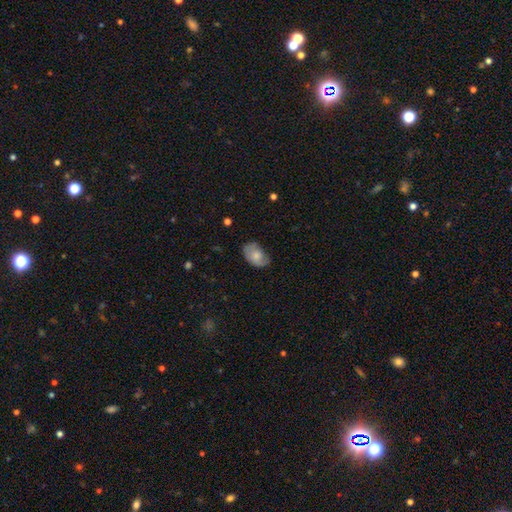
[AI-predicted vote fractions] A smooth galaxy with no disk features (67%) that is in between round and cigar-shaped (87%).

Vote fractions:
- Smooth or featured? smooth: 67% / featured or disk: 26% / star or artifact: 7%
- How rounded? in between: 87% / round: 11% / cigar-shaped: 1%
- Merging? none: 63% / minor disturbance: 28% / major disturbance: 8% / merger: 1%